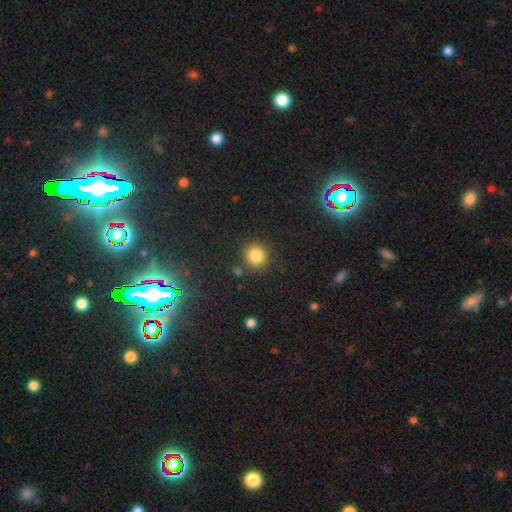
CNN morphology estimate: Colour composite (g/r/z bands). It shows a smooth galaxy with no disk features (84%) that is round (92%). Merging: none (84%).